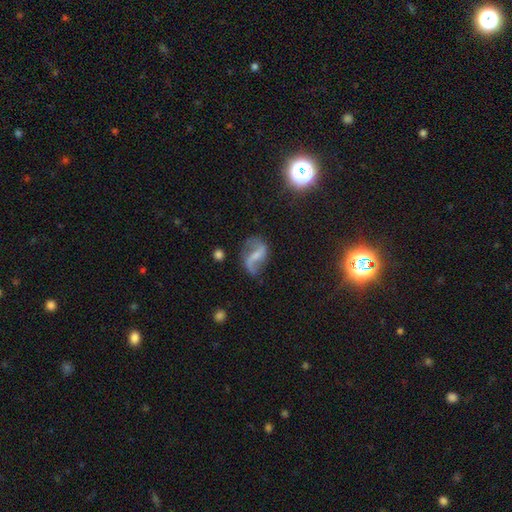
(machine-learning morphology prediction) Overall: featured or disk (82%). Edge-on disk: no (97%). Bar: weak (41%; strong 36%). Spiral arms: yes (93%). Spiral arm count: 2 (91%). Spiral winding: loose (76%). Bulge size: none (40%; small 37%). Merging: none (71%).